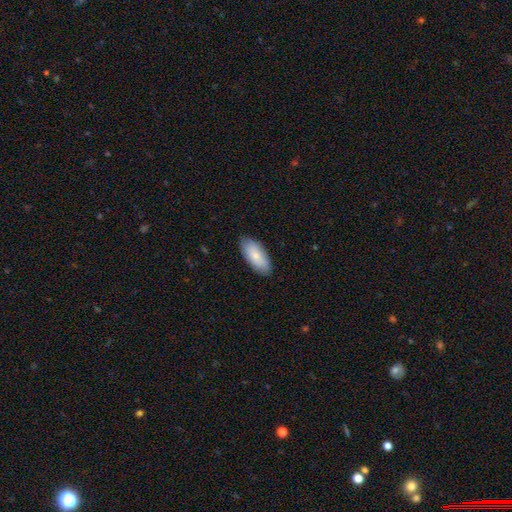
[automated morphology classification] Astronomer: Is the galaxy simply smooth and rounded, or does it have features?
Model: smooth — 81%.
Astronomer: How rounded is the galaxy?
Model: in between — 88%.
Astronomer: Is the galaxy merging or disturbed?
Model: none — 86%.